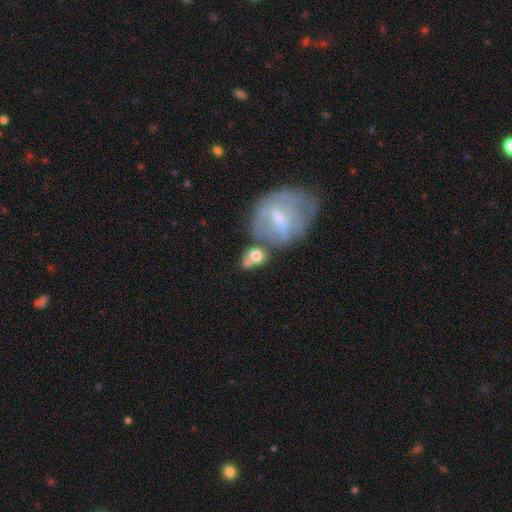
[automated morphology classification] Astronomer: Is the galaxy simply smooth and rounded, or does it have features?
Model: smooth — 66%.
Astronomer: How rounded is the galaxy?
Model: round — 54% (runner-up: in between, 44%).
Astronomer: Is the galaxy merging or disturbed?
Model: none — 37% (runner-up: merger, 36%).